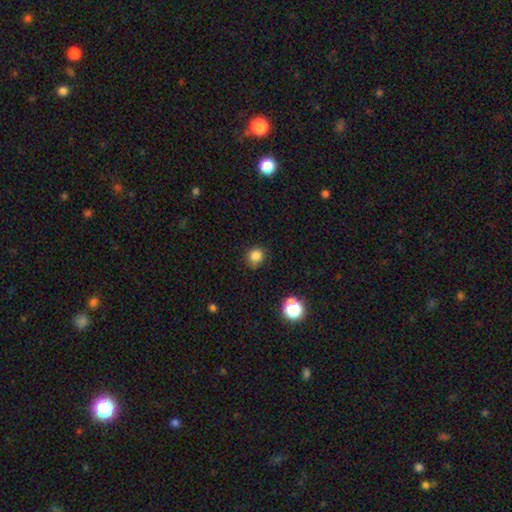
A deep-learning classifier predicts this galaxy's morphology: The model was most divided on "merging": none: 79%, minor disturbance: 15%, major disturbance: 3%, merger: 2%. More confident: how rounded — round (83%); smooth or featured — smooth (82%).